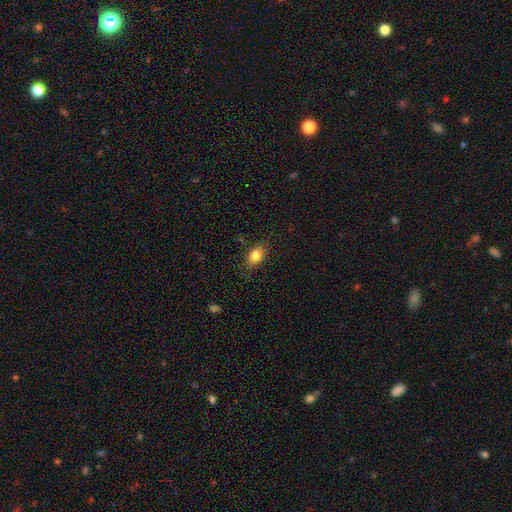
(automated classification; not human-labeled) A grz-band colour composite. It shows a smooth galaxy with no disk features (83%) that is in between round and cigar-shaped (82%). Merging: none (83%).